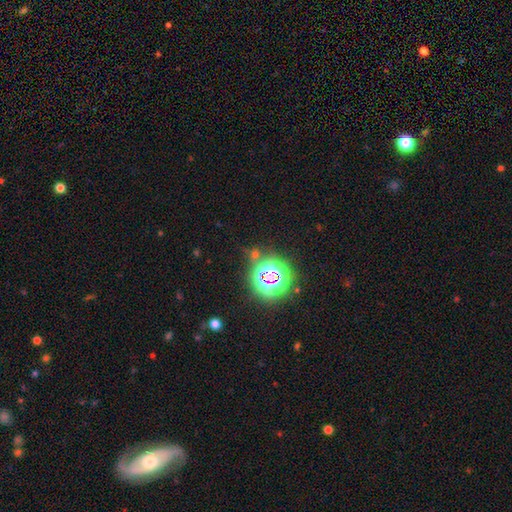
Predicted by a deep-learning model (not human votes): Smooth or featured?
  - star or artifact: 75% *
  - smooth: 16%
  - featured or disk: 9%